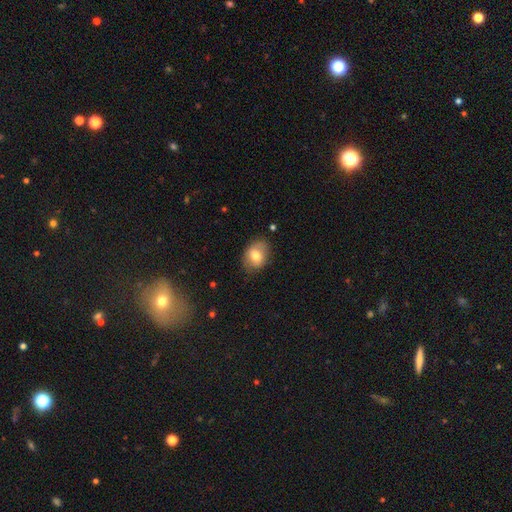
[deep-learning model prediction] Overall: smooth (72%). How rounded: in between (66%; round 33%). Merging: none (75%).